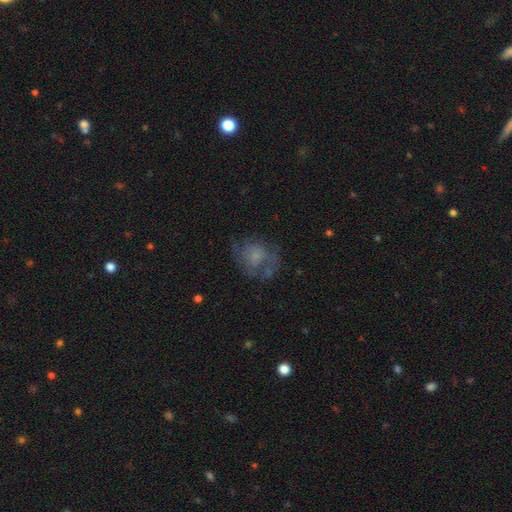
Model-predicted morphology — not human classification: type=featured or disk (48%); merging=none (53%).